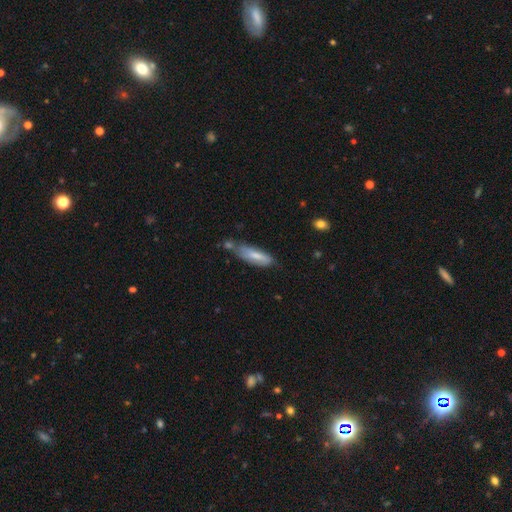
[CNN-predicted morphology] Smooth or featured: smooth — 69% (featured or disk — 25%)
How rounded: in between — 52% (cigar-shaped — 47%)
Merging: none — 42% (minor disturbance — 33%)